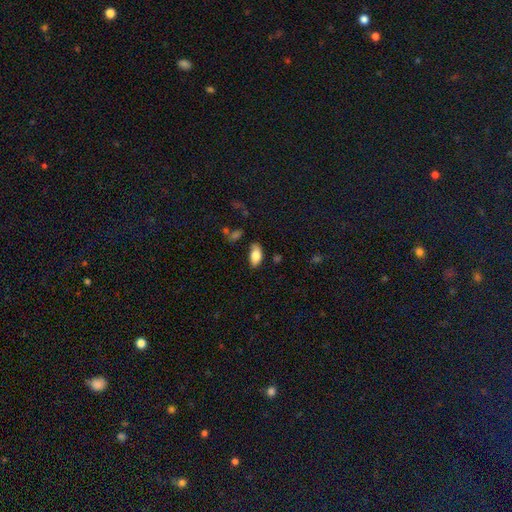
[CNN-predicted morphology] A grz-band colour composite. It shows a smooth galaxy with no disk features (79%) that is in between round and cigar-shaped (92%). Merging: none (72%).